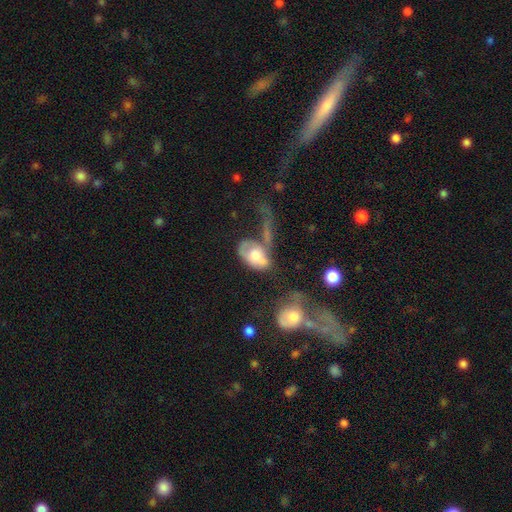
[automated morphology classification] Smooth or featured?
  - smooth: 51% *
  - featured or disk: 41%
  - star or artifact: 8%
How rounded?
  - in between: 86% *
  - round: 12%
  - cigar-shaped: 2%
Merging?
  - major disturbance: 34% *
  - merger: 32%
  - none: 18%
  - minor disturbance: 16%